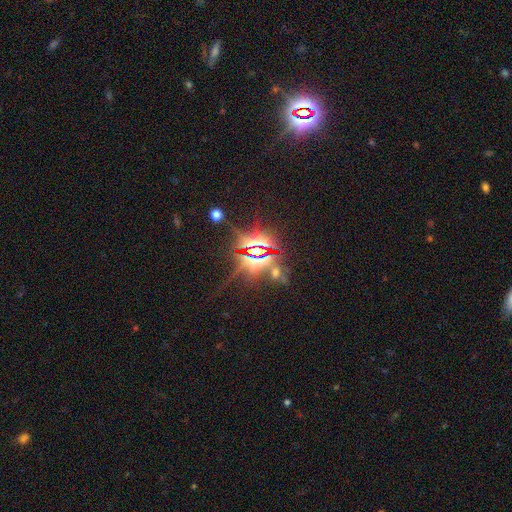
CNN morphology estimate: This appears to be a star or artifact, not a galaxy (82%).